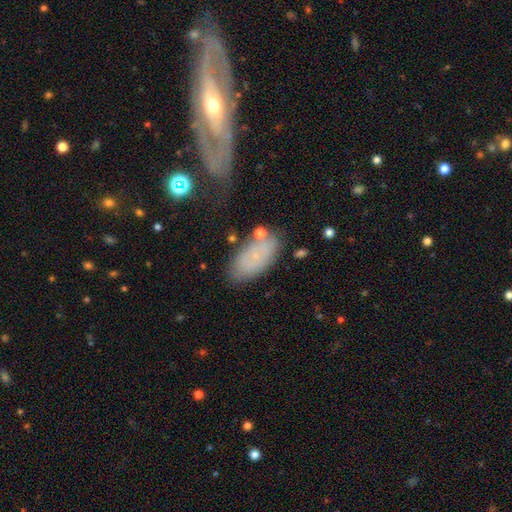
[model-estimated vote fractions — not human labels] Smooth or featured: smooth — 67% (featured or disk — 23%)
How rounded: in between — 92% (cigar-shaped — 5%)
Merging: none — 68% (minor disturbance — 18%)